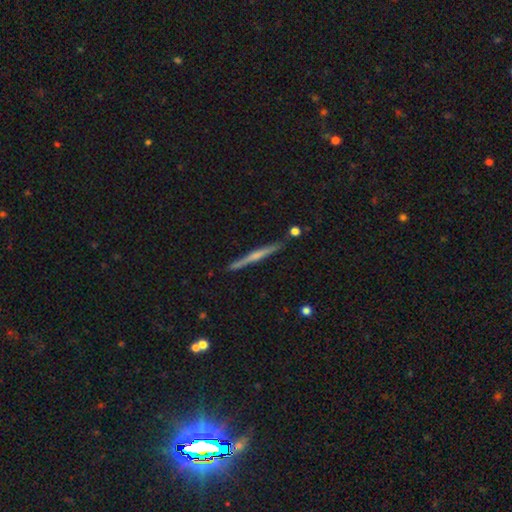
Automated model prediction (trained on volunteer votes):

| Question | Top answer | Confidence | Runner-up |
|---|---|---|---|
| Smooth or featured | featured or disk | 66% | smooth (28%) |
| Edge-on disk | yes | 98% | no (2%) |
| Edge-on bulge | rounded | 54% | none (36%) |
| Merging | none | 88% | minor disturbance (8%) |